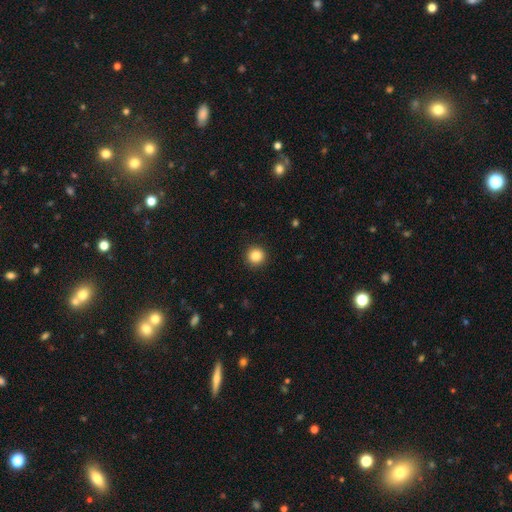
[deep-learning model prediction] smooth_or_featured: smooth (p=0.86) [alt: star or artifact p=0.10]
how_rounded: round (p=0.95) [alt: in between p=0.04]
merging: none (p=0.92) [alt: minor disturbance p=0.05]